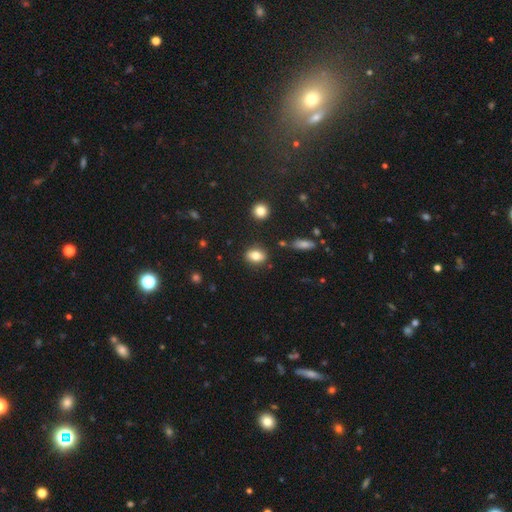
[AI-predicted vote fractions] Overall: smooth (80%). How rounded: in between (70%). Merging: none (82%).